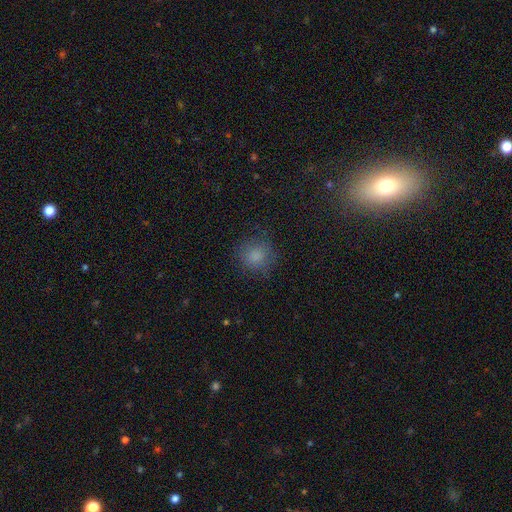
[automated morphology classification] smooth_or_featured: smooth (p=0.82) [alt: star or artifact p=0.12]
how_rounded: round (p=0.89) [alt: in between p=0.10]
merging: none (p=0.81) [alt: minor disturbance p=0.13]